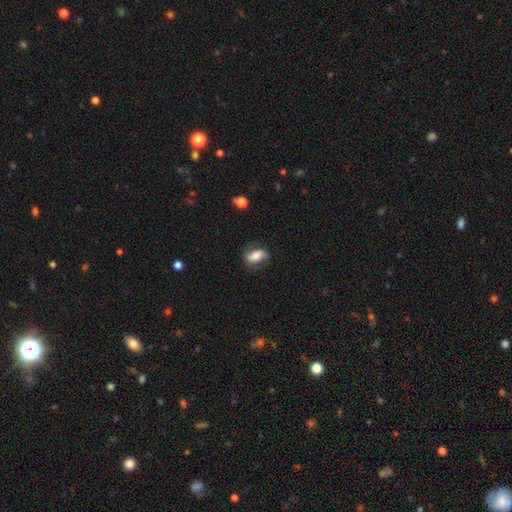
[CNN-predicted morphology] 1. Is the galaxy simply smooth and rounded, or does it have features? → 57% smooth, 35% featured or disk, 8% star or artifact.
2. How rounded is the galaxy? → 84% in between, 12% round, 4% cigar-shaped.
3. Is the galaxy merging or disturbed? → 69% none, 20% minor disturbance, 9% major disturbance, 2% merger.